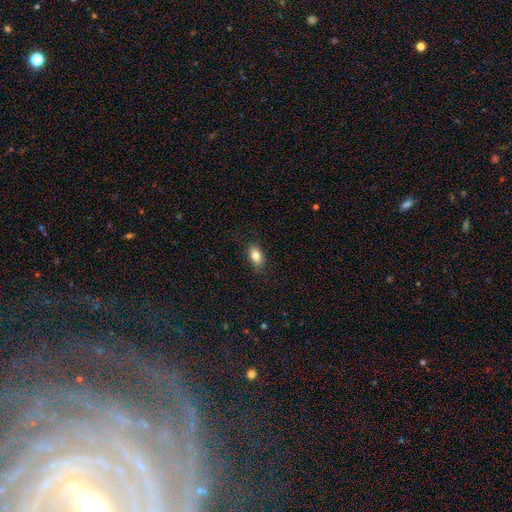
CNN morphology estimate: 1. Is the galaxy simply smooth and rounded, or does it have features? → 83% smooth, 9% featured or disk, 8% star or artifact.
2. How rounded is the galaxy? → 88% in between, 8% round, 4% cigar-shaped.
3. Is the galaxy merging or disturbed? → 85% none, 11% minor disturbance, 2% major disturbance, 1% merger.